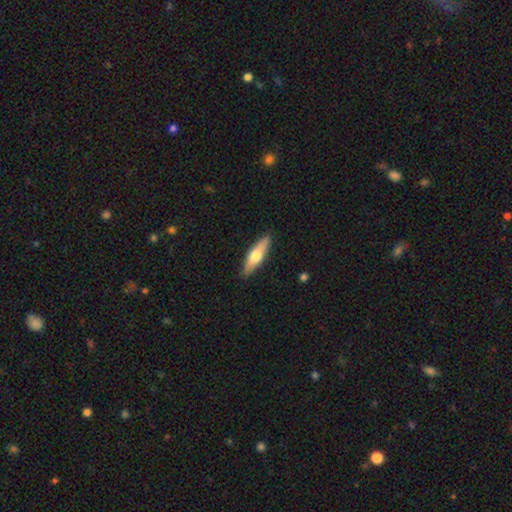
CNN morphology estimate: type=smooth (51%); roundness=cigar-shaped (65%); merging=none (89%).